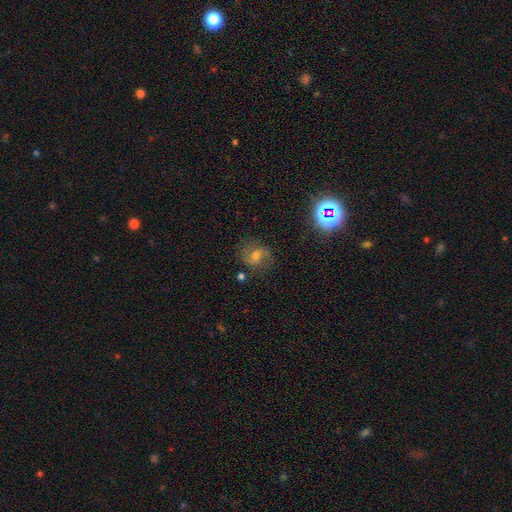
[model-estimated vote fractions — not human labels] A featured or disk galaxy (50%). Merging: none (75%).